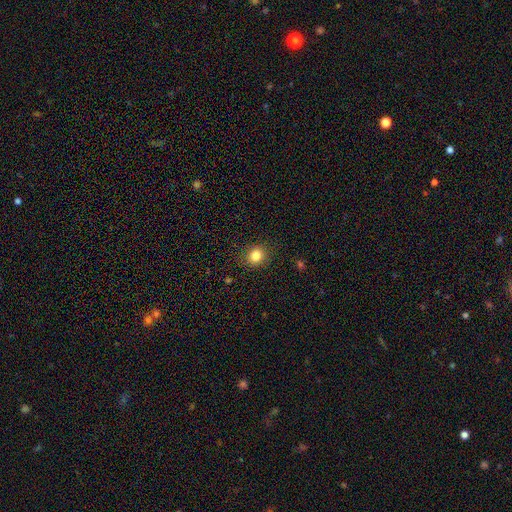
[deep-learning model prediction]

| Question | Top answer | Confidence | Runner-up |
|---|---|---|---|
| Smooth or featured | smooth | 83% | star or artifact (11%) |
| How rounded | round | 77% | in between (22%) |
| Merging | none | 87% | minor disturbance (9%) |